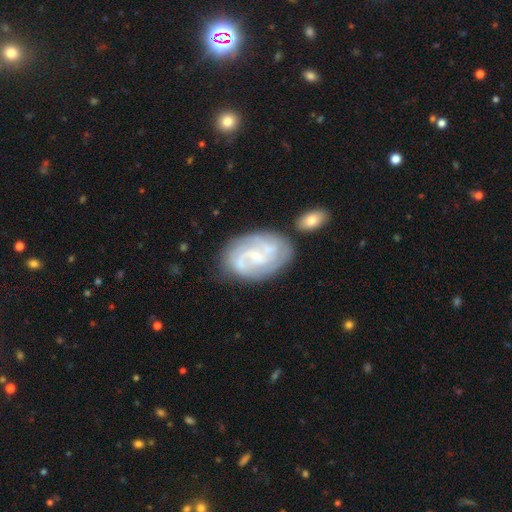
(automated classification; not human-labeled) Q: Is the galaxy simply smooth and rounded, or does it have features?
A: featured or disk — 82%.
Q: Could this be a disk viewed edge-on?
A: no — 97%.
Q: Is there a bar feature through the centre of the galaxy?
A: no — 46%.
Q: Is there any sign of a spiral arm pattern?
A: yes — 94%.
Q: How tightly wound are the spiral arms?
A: tight — 44%.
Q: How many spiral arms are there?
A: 2 — 49%.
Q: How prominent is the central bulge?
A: small — 72%.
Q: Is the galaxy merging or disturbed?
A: none — 68%.